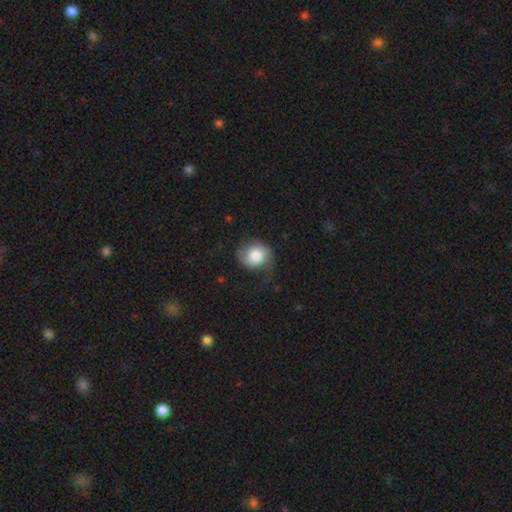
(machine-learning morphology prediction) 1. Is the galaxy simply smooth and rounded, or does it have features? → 72% smooth, 20% featured or disk, 8% star or artifact.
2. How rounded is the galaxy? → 73% round, 26% in between, 1% cigar-shaped.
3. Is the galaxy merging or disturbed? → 50% none, 30% minor disturbance, 19% major disturbance, 2% merger.